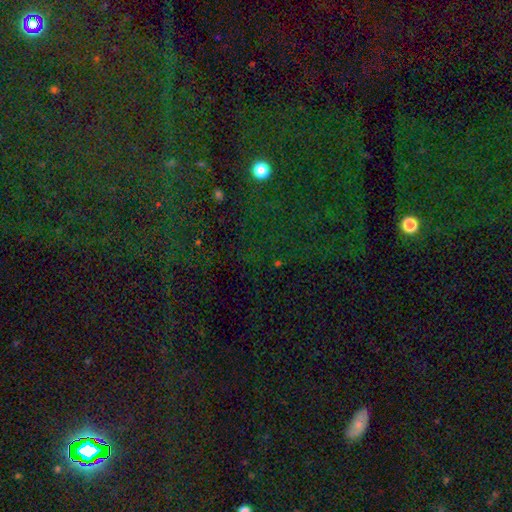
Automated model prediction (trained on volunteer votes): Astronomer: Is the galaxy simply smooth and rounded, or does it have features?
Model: star or artifact — 77%.